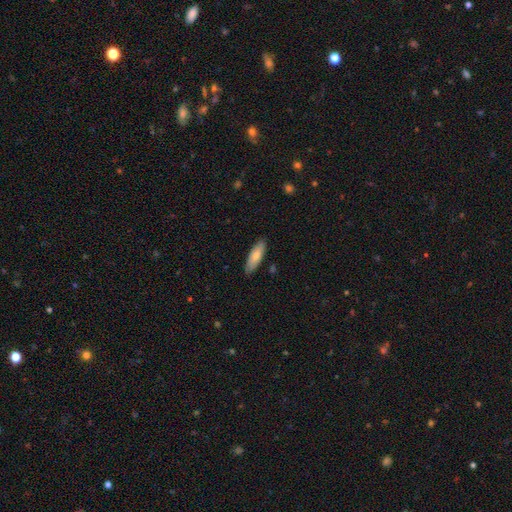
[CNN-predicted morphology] Smooth or featured? Predicted: smooth (p=0.75). How rounded? Predicted: in between (p=0.60). Merging? Predicted: none (p=0.86).